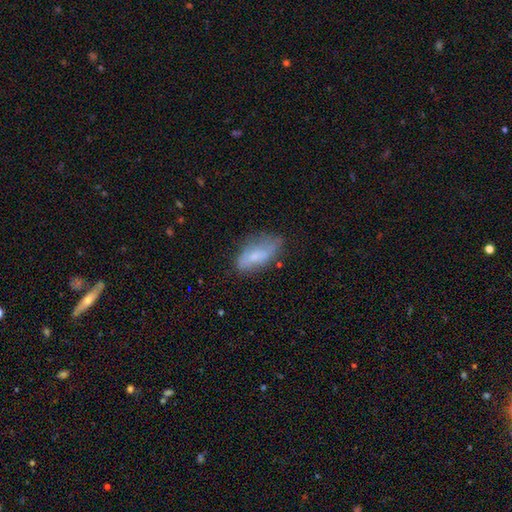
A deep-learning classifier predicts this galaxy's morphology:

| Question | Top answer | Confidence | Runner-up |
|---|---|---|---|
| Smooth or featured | smooth | 58% | featured or disk (34%) |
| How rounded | in between | 84% | cigar-shaped (13%) |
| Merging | none | 58% | minor disturbance (29%) |